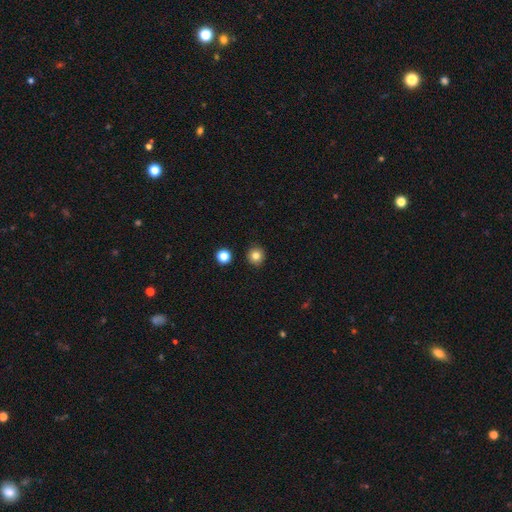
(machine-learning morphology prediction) smooth_or_featured: smooth (p=0.82) [alt: star or artifact p=0.12]
how_rounded: round (p=0.94) [alt: in between p=0.05]
merging: none (p=0.92) [alt: minor disturbance p=0.05]